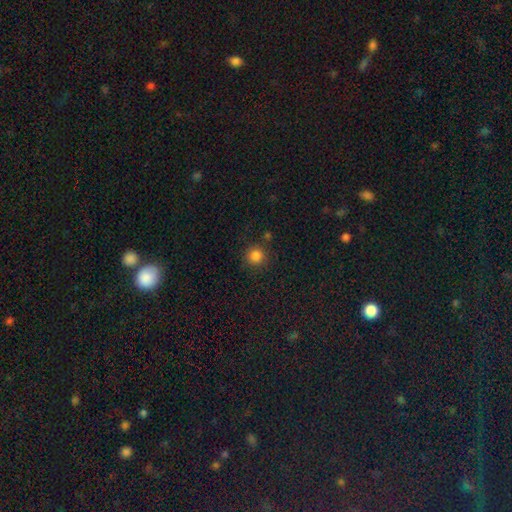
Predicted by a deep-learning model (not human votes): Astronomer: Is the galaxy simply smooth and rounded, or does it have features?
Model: smooth — 83%.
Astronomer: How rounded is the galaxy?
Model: round — 94%.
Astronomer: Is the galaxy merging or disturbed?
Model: none — 85%.